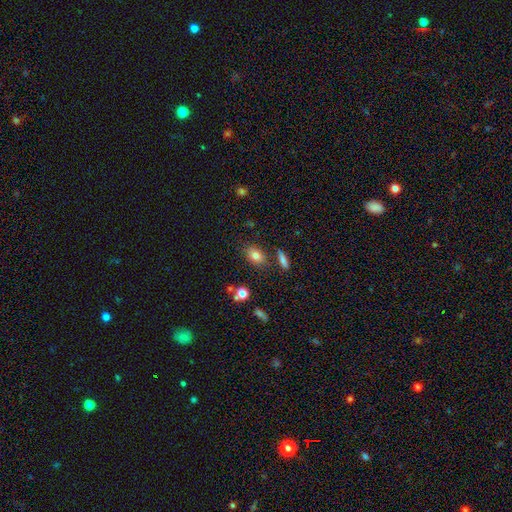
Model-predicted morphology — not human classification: Smooth or featured?
  - smooth: 79% *
  - star or artifact: 11%
  - featured or disk: 10%
How rounded?
  - in between: 75% *
  - round: 22%
  - cigar-shaped: 3%
Merging?
  - none: 79% *
  - minor disturbance: 12%
  - merger: 6%
  - major disturbance: 3%